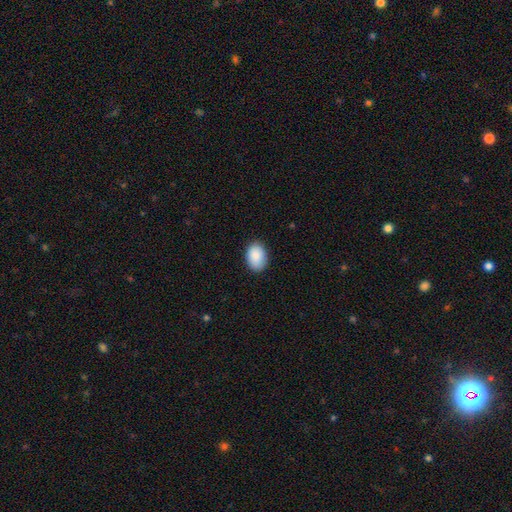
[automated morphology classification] This is clearly a smooth galaxy (90%). How rounded: clearly in between (83%). Merging: clearly none (86%).